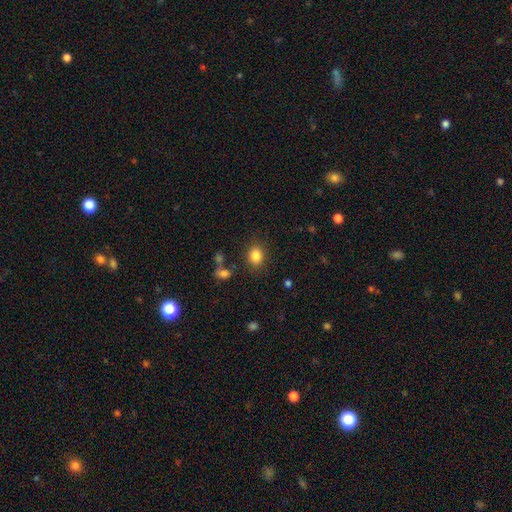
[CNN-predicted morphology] Smooth or featured?
  - smooth: 84% *
  - star or artifact: 10%
  - featured or disk: 5%
How rounded?
  - round: 51% *
  - in between: 48%
  - cigar-shaped: 1%
Merging?
  - none: 83% *
  - minor disturbance: 10%
  - major disturbance: 4%
  - merger: 3%